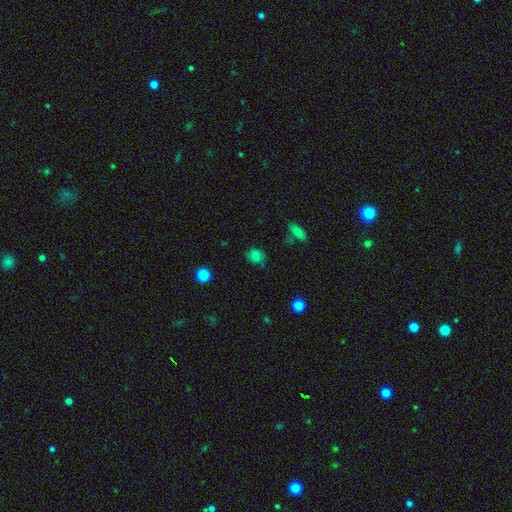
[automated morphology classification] A smooth galaxy with no disk features (77%) that is round (64%).

Vote fractions:
- Smooth or featured? smooth: 77% / star or artifact: 12% / featured or disk: 11%
- How rounded? round: 64% / in between: 35% / cigar-shaped: 1%
- Merging? none: 70% / minor disturbance: 22% / major disturbance: 6% / merger: 2%